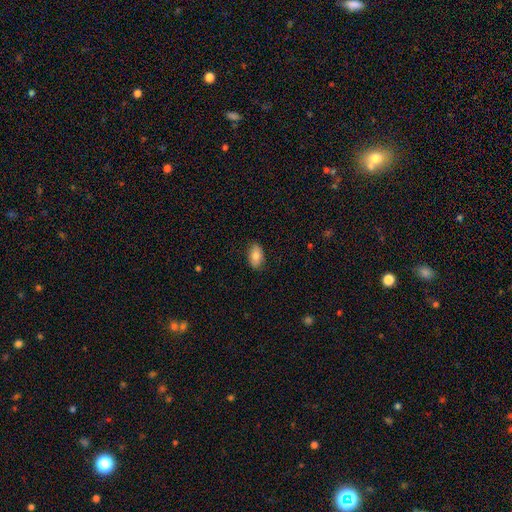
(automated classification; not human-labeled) Smooth or featured?
  - smooth: 81% *
  - featured or disk: 12%
  - star or artifact: 7%
How rounded?
  - in between: 92% *
  - round: 5%
  - cigar-shaped: 2%
Merging?
  - none: 87% *
  - minor disturbance: 10%
  - major disturbance: 2%
  - merger: 1%